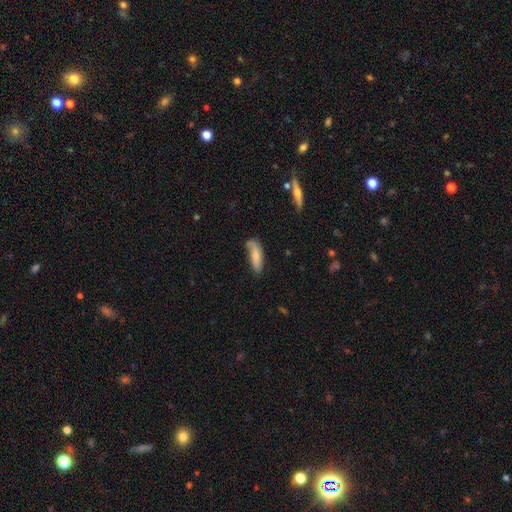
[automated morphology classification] smooth_or_featured: smooth (p=0.67) [alt: featured or disk p=0.26]
how_rounded: in between (p=0.54) [alt: cigar-shaped p=0.44]
merging: none (p=0.53) [alt: minor disturbance p=0.31]